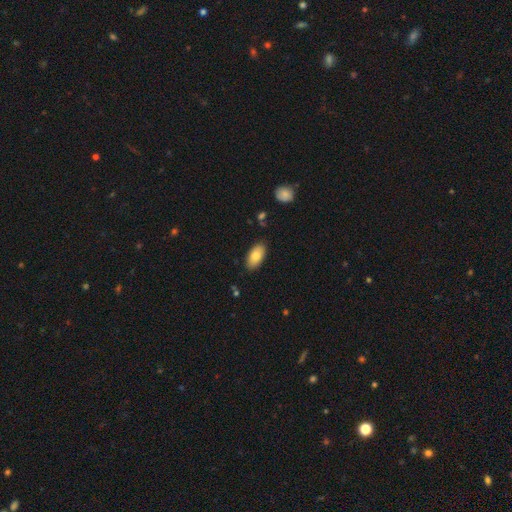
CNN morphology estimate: Overall: smooth (80%). How rounded: in between (94%). Merging: none (87%).